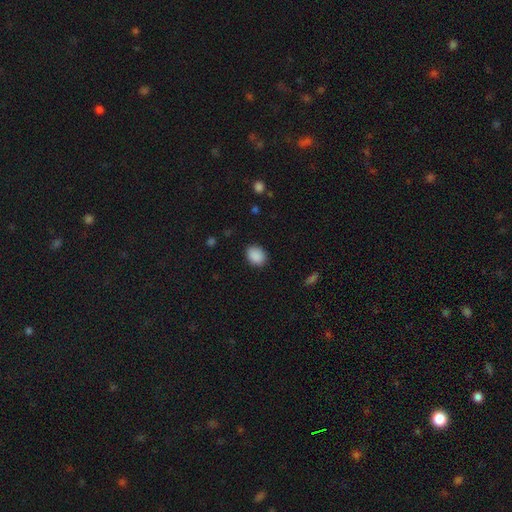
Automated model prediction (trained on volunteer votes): A smooth galaxy with no disk features (89%) that is in between round and cigar-shaped (52%). Merging: none (86%).